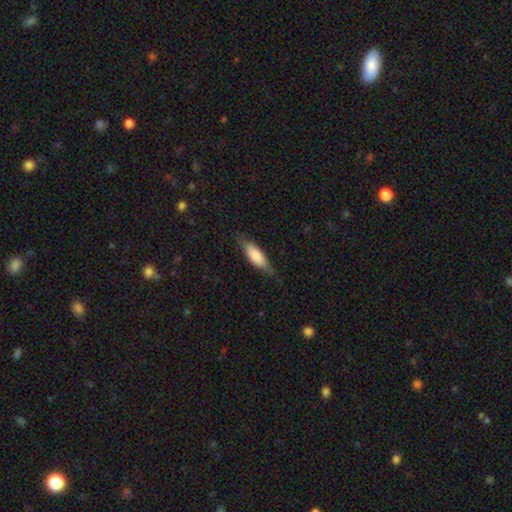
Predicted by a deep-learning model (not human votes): Overall: smooth (74%). How rounded: in between (57%; cigar-shaped 41%). Merging: none (73%).